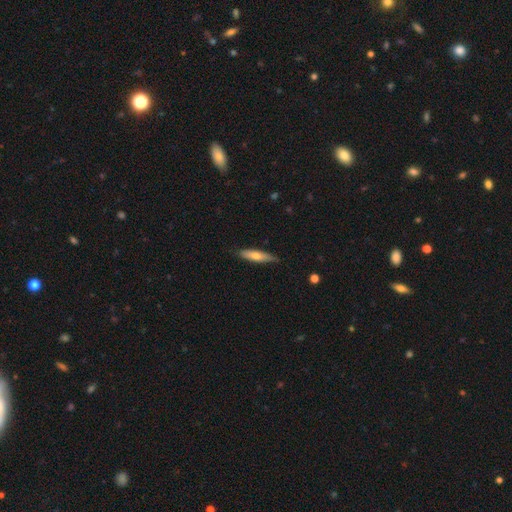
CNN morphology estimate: type=smooth (65%); roundness=cigar-shaped (77%); merging=none (80%).